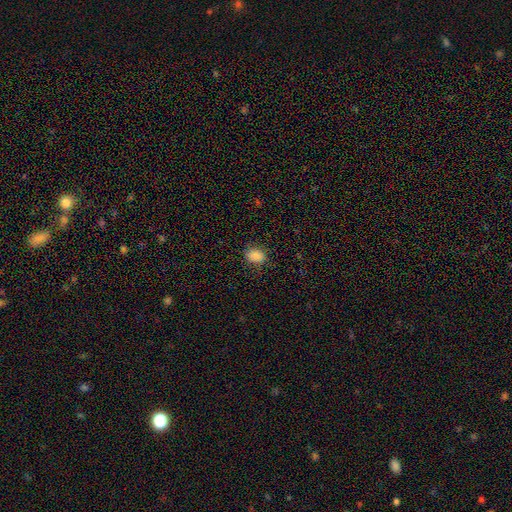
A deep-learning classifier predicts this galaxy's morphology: Q: Smooth or featured?
A: smooth (86%); runner-up: star or artifact (10%)
Q: How rounded?
A: in between (59%); runner-up: round (40%)
Q: Merging?
A: none (80%); runner-up: minor disturbance (15%)